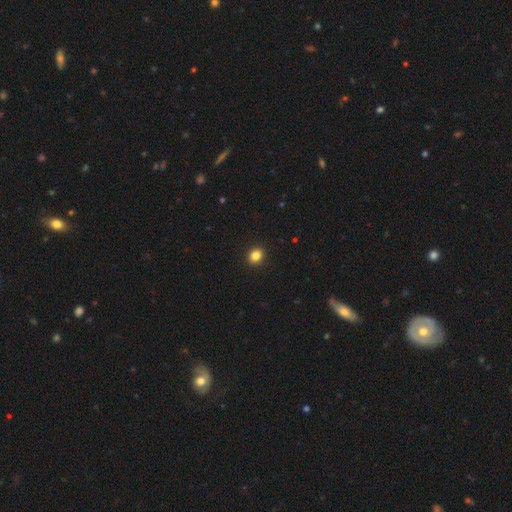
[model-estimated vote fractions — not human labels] Smooth or featured: smooth — 85% (star or artifact — 11%)
How rounded: round — 71% (in between — 28%)
Merging: none — 93% (minor disturbance — 5%)